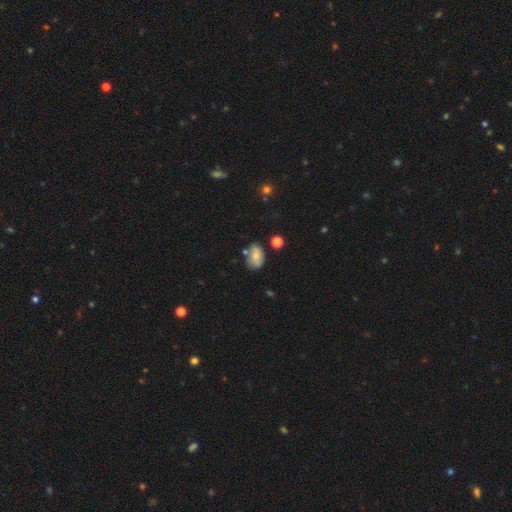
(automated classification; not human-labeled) This appears to be a smooth galaxy with no disk features (73%) that is in between round and cigar-shaped (87%). Merging: none (61%).